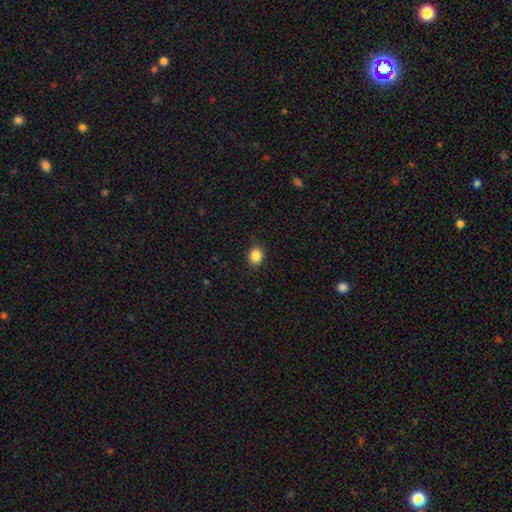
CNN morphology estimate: smooth_or_featured: smooth (p=0.86) [alt: star or artifact p=0.10]
how_rounded: round (p=0.58) [alt: in between p=0.41]
merging: none (p=0.89) [alt: minor disturbance p=0.08]